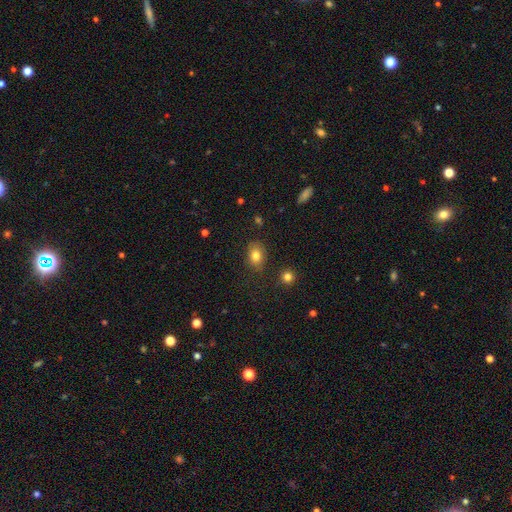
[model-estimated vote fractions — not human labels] Smooth or featured? smooth (81%)
How rounded? in between (71%)
Merging? none (79%)